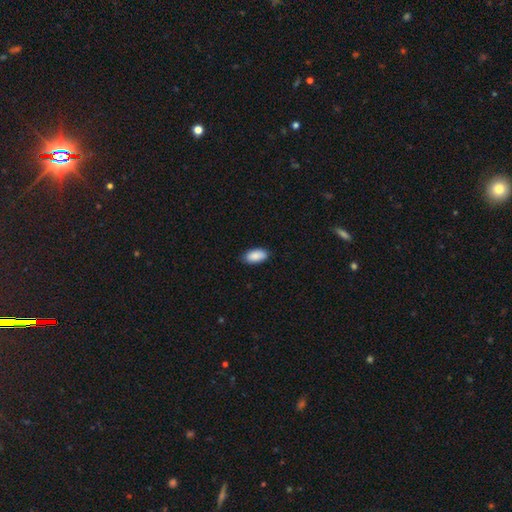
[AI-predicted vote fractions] smooth_or_featured: smooth (p=0.90) [alt: star or artifact p=0.06]
how_rounded: in between (p=0.94) [alt: cigar-shaped p=0.04]
merging: none (p=0.84) [alt: minor disturbance p=0.13]